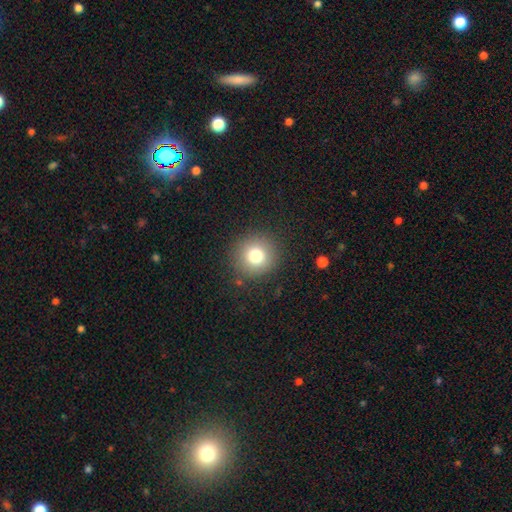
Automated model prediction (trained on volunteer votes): This appears to be a smooth galaxy with no disk features (78%) that is round (94%). Merging: none (88%).